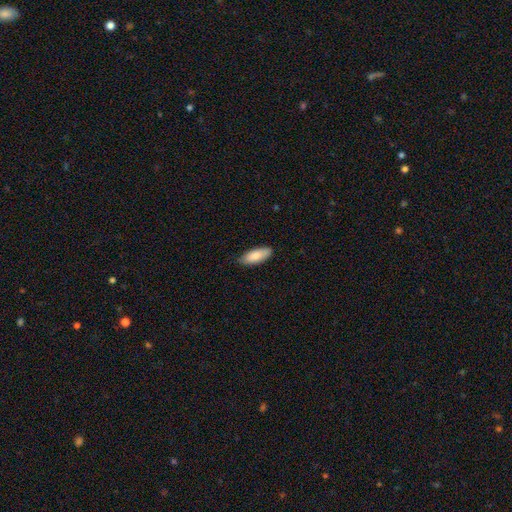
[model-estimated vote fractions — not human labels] Smooth or featured? smooth (85%)
How rounded? in between (77%)
Merging? none (81%)